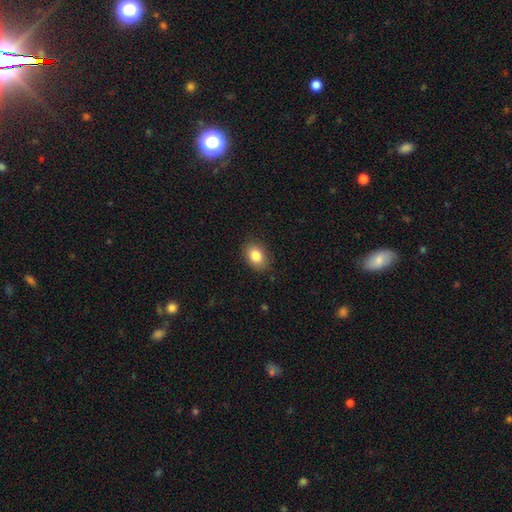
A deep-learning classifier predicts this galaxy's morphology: This is clearly a smooth galaxy (84%). How rounded: likely in between (79%). Merging: clearly none (86%).